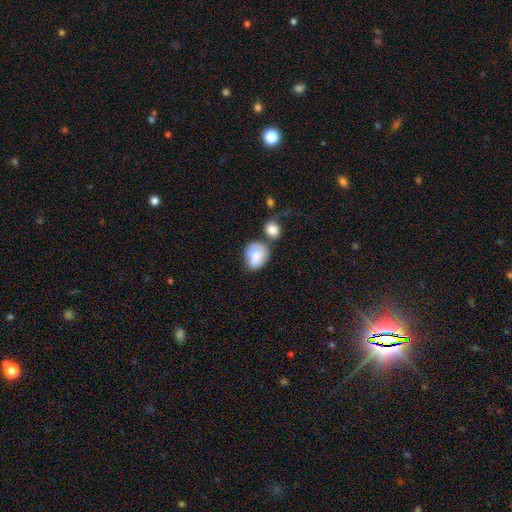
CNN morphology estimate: Smooth or featured? smooth (73%)
How rounded? round (61%)
Merging? none (38%)